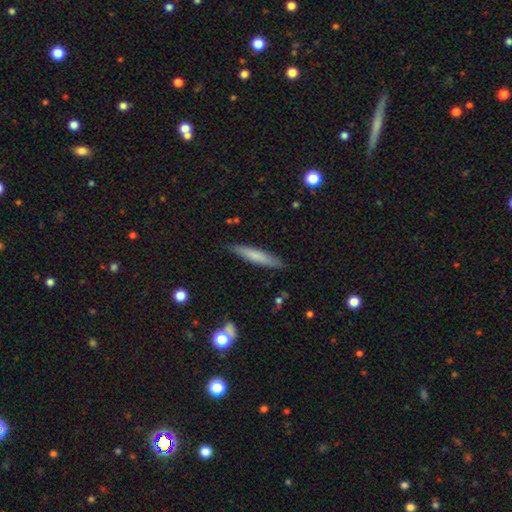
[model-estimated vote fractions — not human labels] Smooth or featured? smooth (69%)
How rounded? cigar-shaped (91%)
Merging? none (87%)